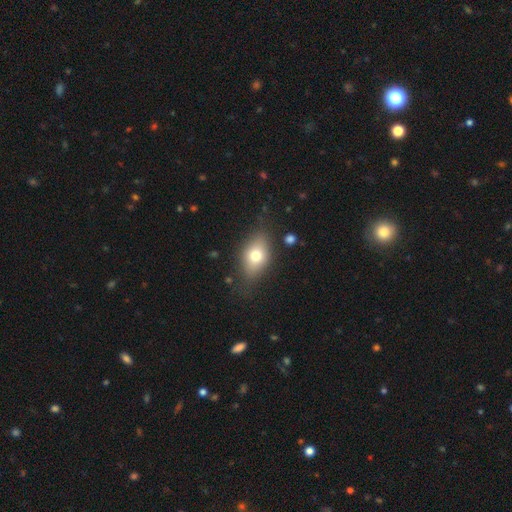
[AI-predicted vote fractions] A smooth galaxy with no disk features (72%) that is in between round and cigar-shaped (80%).

Vote fractions:
- Smooth or featured? smooth: 72% / featured or disk: 19% / star or artifact: 9%
- How rounded? in between: 80% / round: 17% / cigar-shaped: 3%
- Merging? none: 76% / minor disturbance: 17% / major disturbance: 6% / merger: 2%